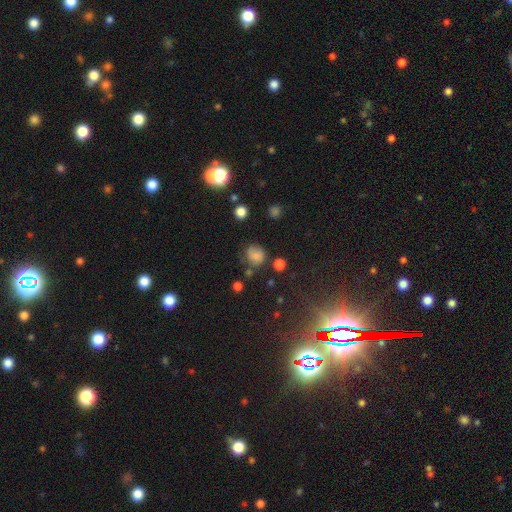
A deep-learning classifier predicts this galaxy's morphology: Smooth or featured? smooth (70%)
How rounded? round (77%)
Merging? none (59%)